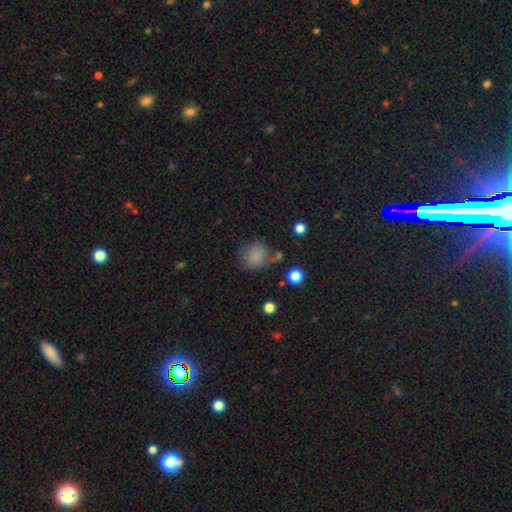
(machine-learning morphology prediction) Smooth or featured: smooth — 80% (star or artifact — 12%)
How rounded: round — 72% (in between — 27%)
Merging: none — 63% (minor disturbance — 21%)